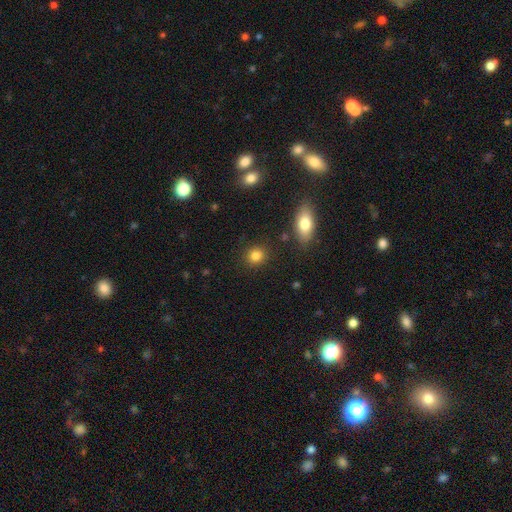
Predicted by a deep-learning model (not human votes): smooth-or-featured: smooth: 84% | star or artifact: 10% | featured or disk: 6%
  how-rounded: round: 78% | in between: 21% | cigar-shaped: 1%
  merging: none: 88% | minor disturbance: 7% | merger: 2% | major disturbance: 2%